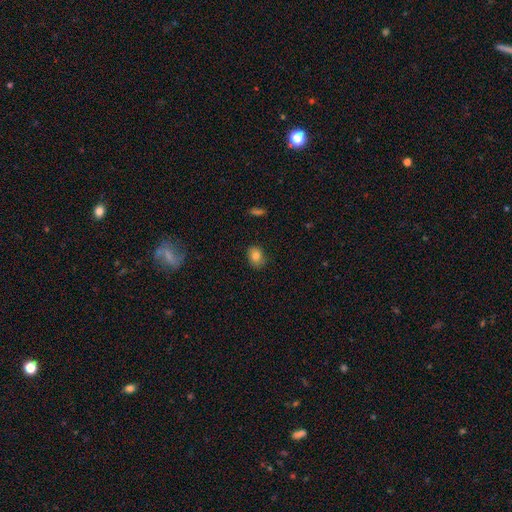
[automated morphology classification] smooth 81%, star or artifact 10%, featured or disk 9%. Down the decision tree: how rounded — in between (67%); merging — none (81%).